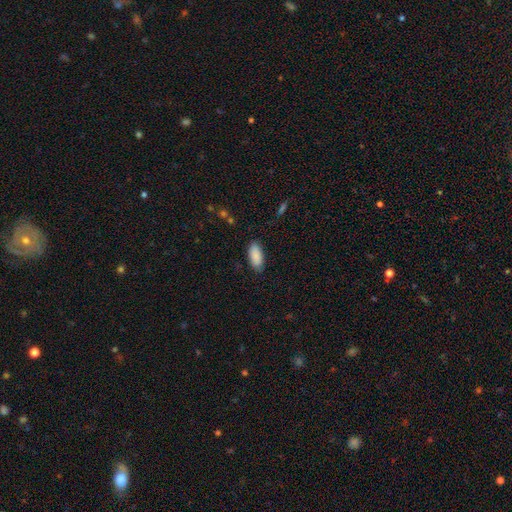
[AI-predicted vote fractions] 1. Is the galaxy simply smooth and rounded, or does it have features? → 89% smooth, 6% star or artifact, 4% featured or disk.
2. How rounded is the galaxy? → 85% in between, 14% cigar-shaped, 2% round.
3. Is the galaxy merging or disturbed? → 85% none, 12% minor disturbance, 2% major disturbance, 1% merger.